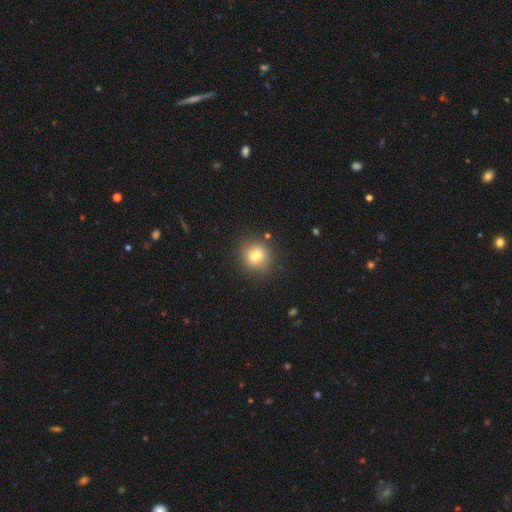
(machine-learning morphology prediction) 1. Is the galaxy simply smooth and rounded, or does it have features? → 76% smooth, 13% star or artifact, 12% featured or disk.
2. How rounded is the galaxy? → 90% round, 9% in between, 1% cigar-shaped.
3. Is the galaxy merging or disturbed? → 86% none, 9% minor disturbance, 3% major disturbance, 2% merger.